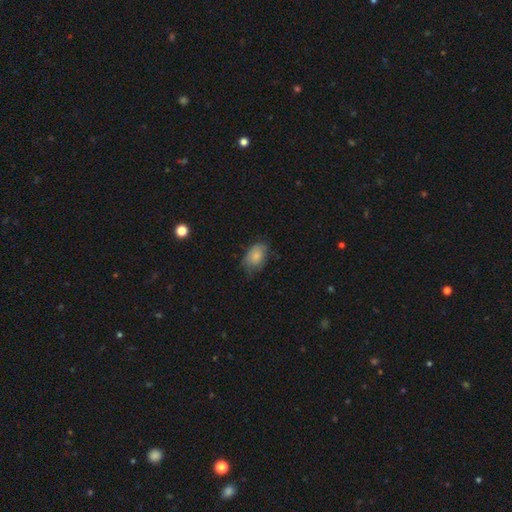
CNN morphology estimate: A smooth galaxy with no disk features (77%) that is in between round and cigar-shaped (85%).

Vote fractions:
- Smooth or featured? smooth: 77% / featured or disk: 15% / star or artifact: 7%
- How rounded? in between: 85% / round: 14% / cigar-shaped: 1%
- Merging? none: 57% / minor disturbance: 32% / major disturbance: 10% / merger: 1%